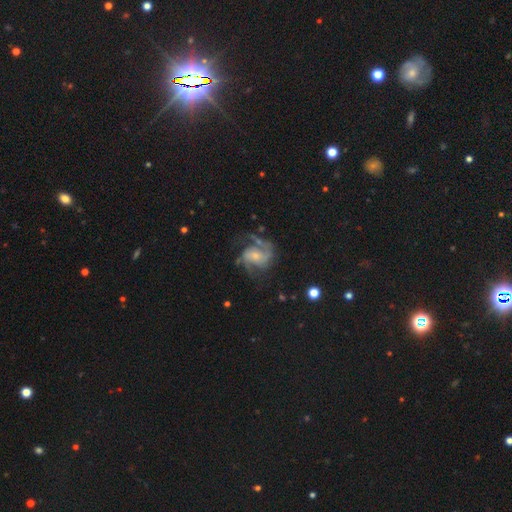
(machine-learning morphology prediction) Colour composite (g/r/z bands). It shows a featured or disk galaxy (85%) with no bar (53%), 2 (69%) medium (54%) spiral arms (96%) and a small central bulge (51%). Merging: none (58%).